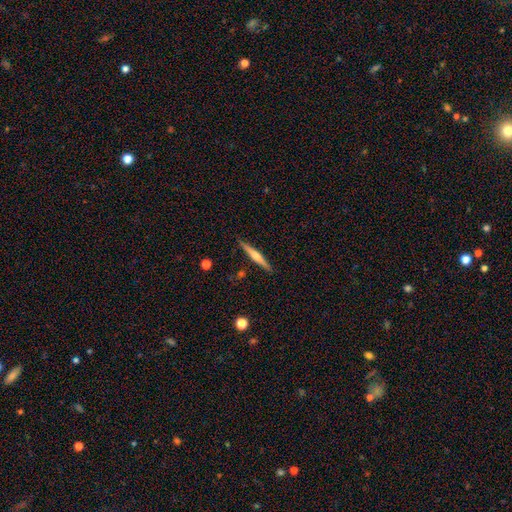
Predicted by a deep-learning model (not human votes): Q: Smooth or featured?
A: featured or disk (60%); runner-up: smooth (34%)
Q: Edge-on disk?
A: yes (98%); runner-up: no (2%)
Q: Edge-on bulge?
A: rounded (77%); runner-up: none (14%)
Q: Merging?
A: none (89%); runner-up: minor disturbance (7%)